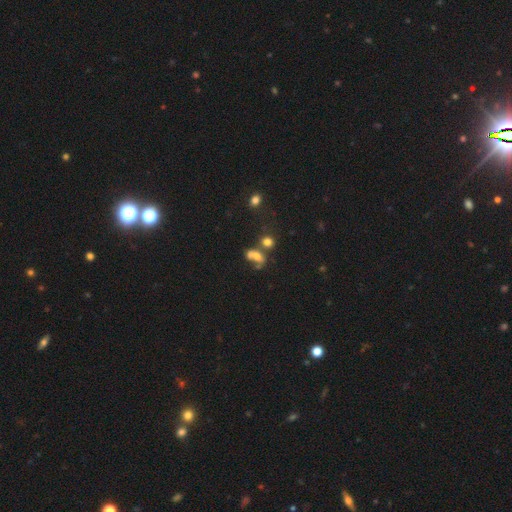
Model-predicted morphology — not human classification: This appears to be a smooth galaxy with no disk features (59%) that is in between round and cigar-shaped (68%). Merging: merger (49%).